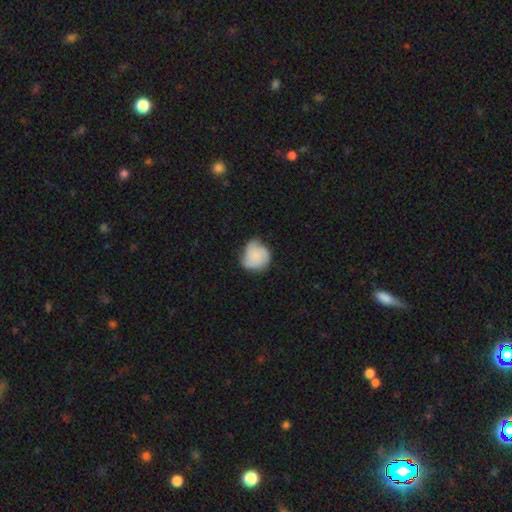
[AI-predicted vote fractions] Smooth or featured? Predicted: smooth (p=0.58). How rounded? Predicted: round (p=0.76). Merging? Predicted: none (p=0.51).